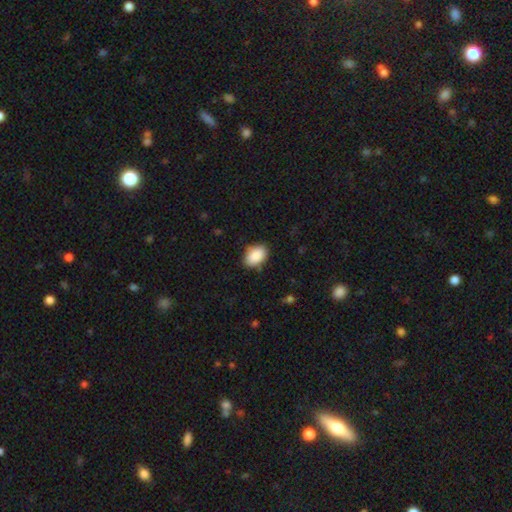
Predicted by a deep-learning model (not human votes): A smooth galaxy with no disk features (88%) that is in between round and cigar-shaped (87%). Merging: none (82%).